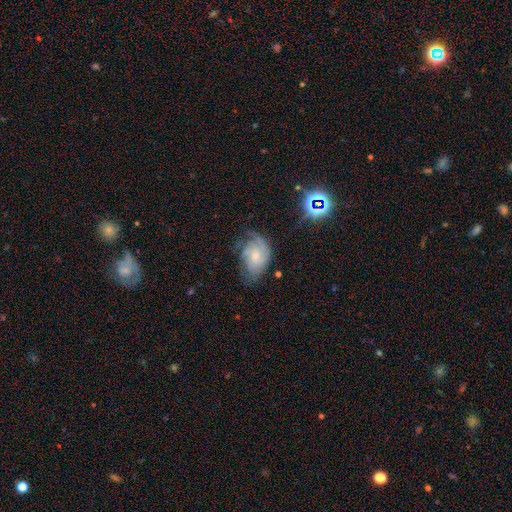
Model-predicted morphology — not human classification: Q: Smooth or featured?
A: featured or disk (71%); runner-up: smooth (20%)
Q: Edge-on disk?
A: no (97%); runner-up: yes (3%)
Q: Bar?
A: no (71%); runner-up: weak (25%)
Q: Spiral arms?
A: yes (92%); runner-up: no (8%)
Q: Spiral winding?
A: tight (51%); runner-up: medium (35%)
Q: Spiral arm count?
A: can't tell (37%); runner-up: 3 (21%)
Q: Bulge size?
A: small (66%); runner-up: moderate (27%)
Q: Merging?
A: none (52%); runner-up: minor disturbance (28%)